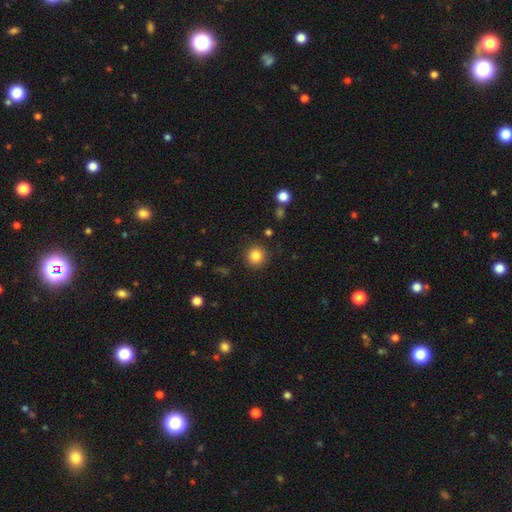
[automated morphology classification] smooth-or-featured: smooth: 84% | star or artifact: 11% | featured or disk: 5%
  how-rounded: round: 93% | in between: 6% | cigar-shaped: 1%
  merging: none: 90% | minor disturbance: 6% | major disturbance: 2% | merger: 2%